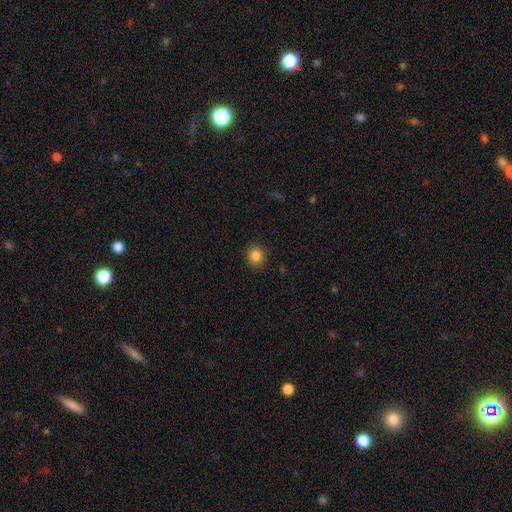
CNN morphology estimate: The model was most divided on "how rounded": round: 85%, in between: 14%, cigar-shaped: 1%. More confident: merging — none (90%); smooth or featured — smooth (85%).